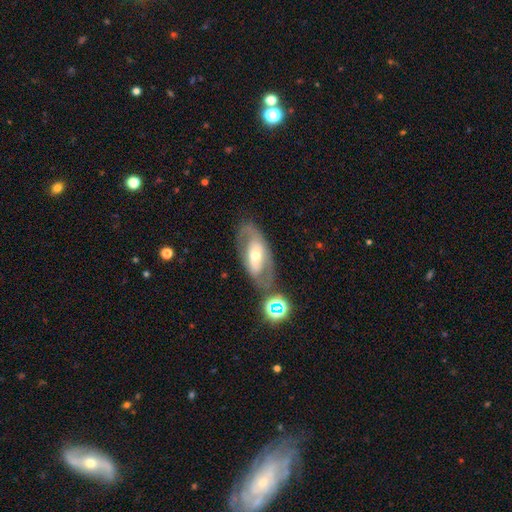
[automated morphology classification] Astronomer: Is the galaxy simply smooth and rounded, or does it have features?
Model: featured or disk — 64%.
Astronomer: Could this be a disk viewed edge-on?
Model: no — 89%.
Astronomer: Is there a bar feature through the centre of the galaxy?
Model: no — 51% (runner-up: weak, 27%).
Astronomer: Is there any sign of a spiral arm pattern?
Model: no — 50%, tied with yes at 50%.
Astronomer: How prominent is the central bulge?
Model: moderate — 56% (runner-up: small, 35%).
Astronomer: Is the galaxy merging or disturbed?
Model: none — 69%.